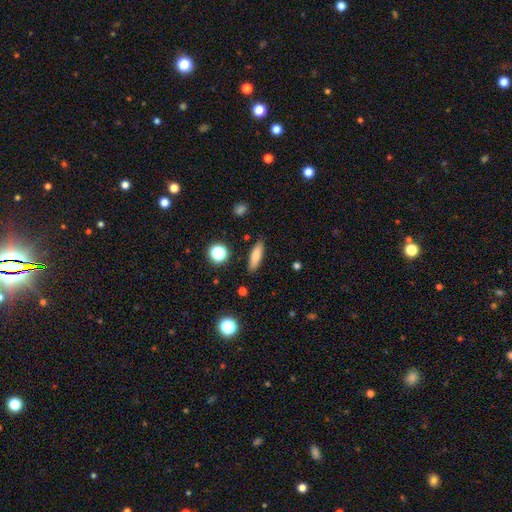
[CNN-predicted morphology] smooth-or-featured: smooth: 79% | featured or disk: 12% | star or artifact: 9%
  how-rounded: cigar-shaped: 59% | in between: 38% | round: 3%
  merging: none: 87% | minor disturbance: 9% | major disturbance: 2% | merger: 2%